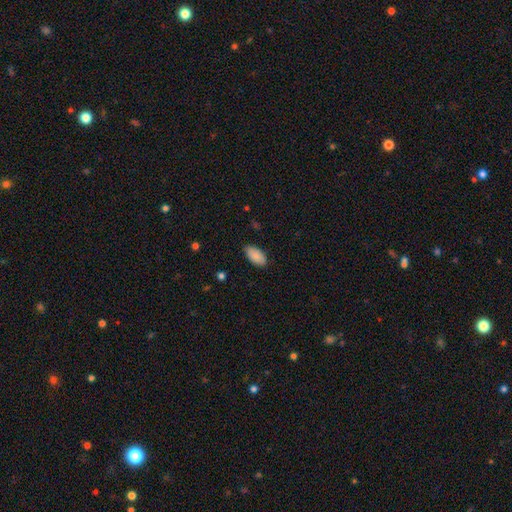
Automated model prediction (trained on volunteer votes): smooth-or-featured: smooth: 88% | star or artifact: 6% | featured or disk: 6%
  how-rounded: in between: 95% | cigar-shaped: 3% | round: 2%
  merging: none: 84% | minor disturbance: 13% | major disturbance: 2% | merger: 1%